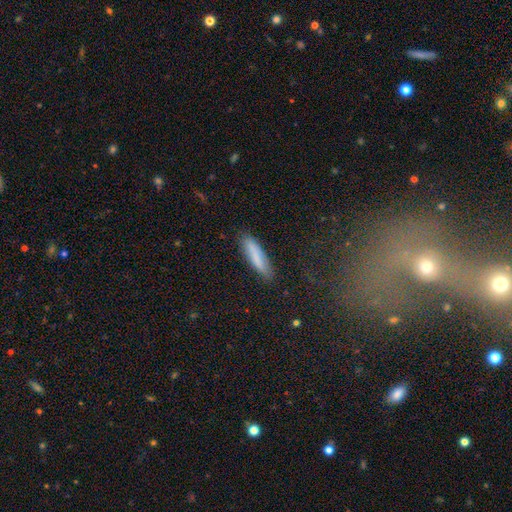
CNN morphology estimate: The model was most divided on "how rounded": cigar-shaped: 76%, in between: 23%, round: 1%. More confident: merging — none (85%); smooth or featured — smooth (80%).